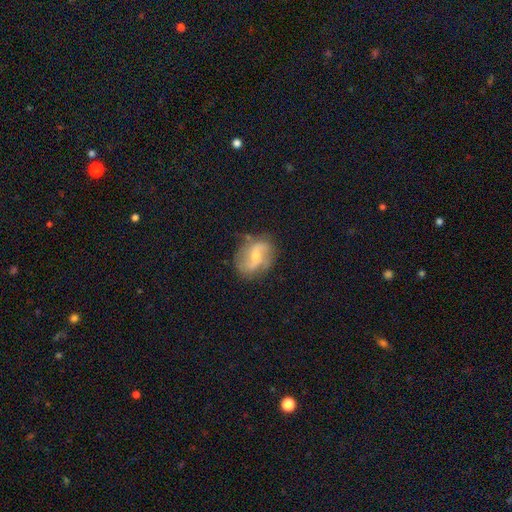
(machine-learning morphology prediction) Q: Smooth or featured?
A: featured or disk (76%); runner-up: smooth (17%)
Q: Edge-on disk?
A: no (97%); runner-up: yes (3%)
Q: Bar?
A: weak (47%); runner-up: no (35%)
Q: Spiral arms?
A: yes (91%); runner-up: no (9%)
Q: Spiral winding?
A: loose (53%); runner-up: medium (36%)
Q: Spiral arm count?
A: 2 (89%); runner-up: can't tell (5%)
Q: Bulge size?
A: small (49%); runner-up: moderate (46%)
Q: Merging?
A: none (74%); runner-up: minor disturbance (18%)